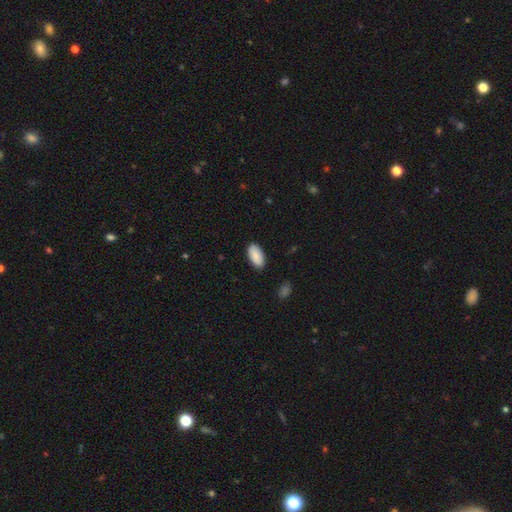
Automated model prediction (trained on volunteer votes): This is clearly a smooth galaxy (90%). How rounded: clearly in between (95%). Merging: clearly none (88%).